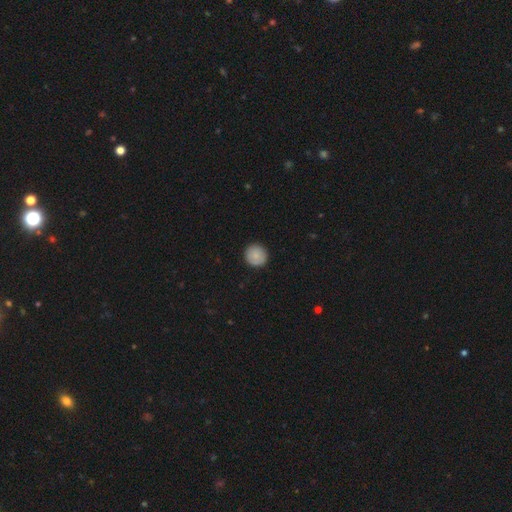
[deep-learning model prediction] smooth 83%, featured or disk 9%, star or artifact 7%. Down the decision tree: how rounded — round (94%); merging — none (90%).